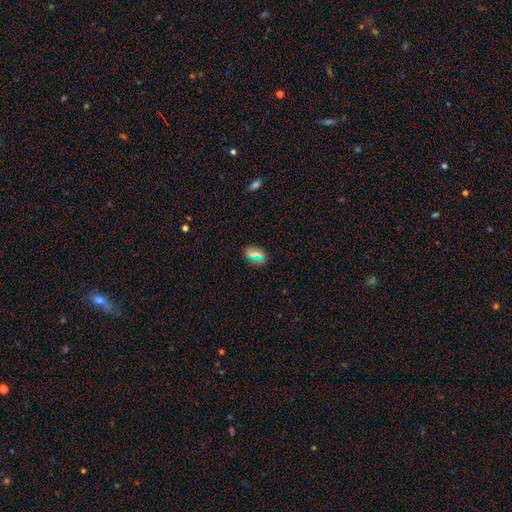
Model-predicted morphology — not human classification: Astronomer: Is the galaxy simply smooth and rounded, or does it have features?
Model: smooth — 61%.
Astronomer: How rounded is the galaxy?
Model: in between — 58% (runner-up: round, 34%).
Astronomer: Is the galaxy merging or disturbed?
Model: none — 84%.